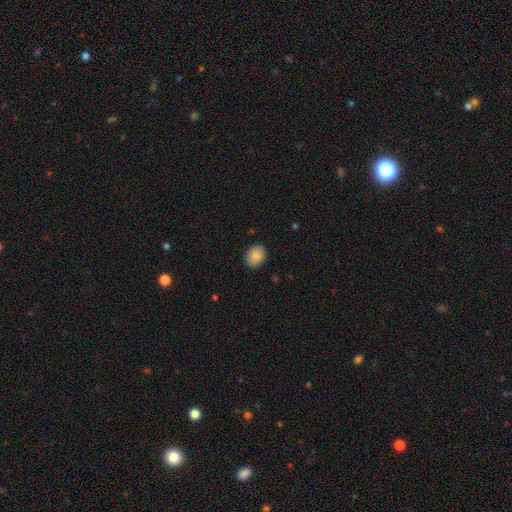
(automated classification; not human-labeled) smooth-or-featured: smooth: 85% | star or artifact: 8% | featured or disk: 8%
  how-rounded: in between: 51% | round: 48% | cigar-shaped: 1%
  merging: none: 87% | minor disturbance: 10% | major disturbance: 2% | merger: 1%